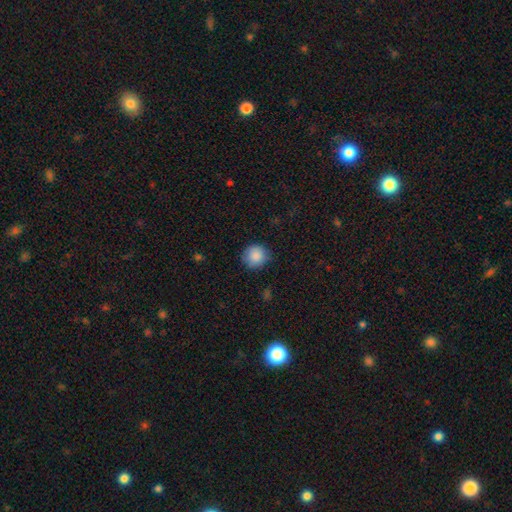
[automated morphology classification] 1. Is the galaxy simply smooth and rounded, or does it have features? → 88% smooth, 8% star or artifact, 4% featured or disk.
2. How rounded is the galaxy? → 93% round, 6% in between, 1% cigar-shaped.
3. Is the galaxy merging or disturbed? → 84% none, 12% minor disturbance, 3% major disturbance, 1% merger.